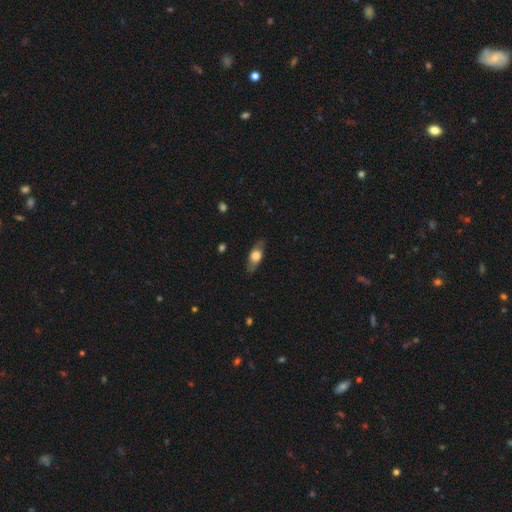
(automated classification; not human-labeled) Q: Smooth or featured?
A: smooth (58%); runner-up: featured or disk (35%)
Q: How rounded?
A: in between (73%); runner-up: cigar-shaped (18%)
Q: Merging?
A: none (80%); runner-up: minor disturbance (15%)